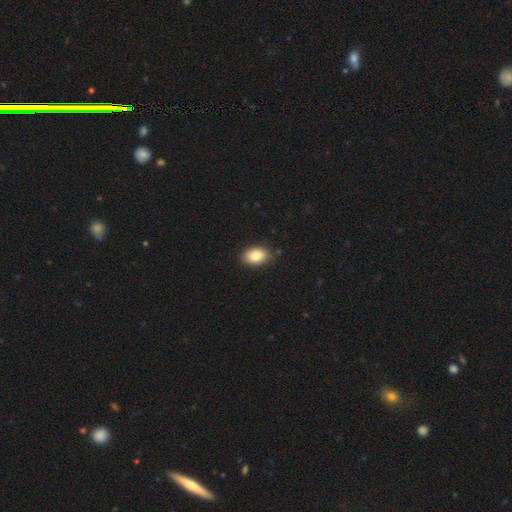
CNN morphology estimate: smooth-or-featured: smooth: 85% | star or artifact: 8% | featured or disk: 7%
  how-rounded: in between: 86% | round: 12% | cigar-shaped: 1%
  merging: none: 85% | minor disturbance: 12% | major disturbance: 2% | merger: 1%